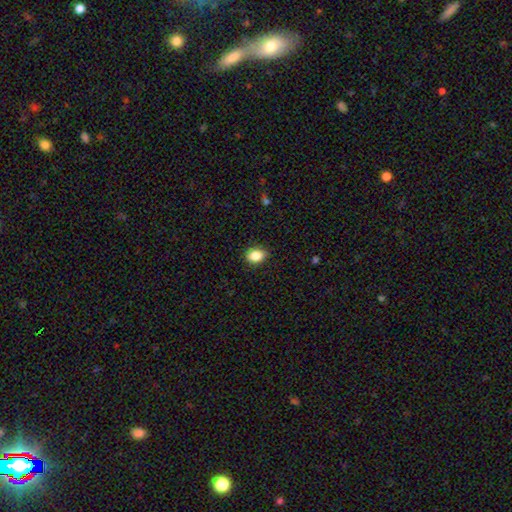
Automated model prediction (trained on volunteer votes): Smooth or featured: smooth — 86% (star or artifact — 9%)
How rounded: in between — 73% (round — 26%)
Merging: none — 87% (minor disturbance — 10%)